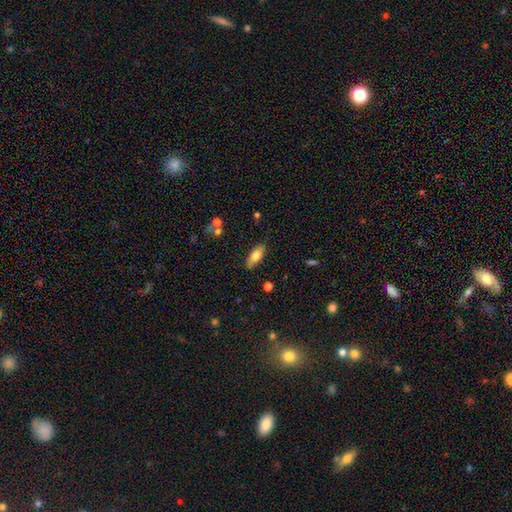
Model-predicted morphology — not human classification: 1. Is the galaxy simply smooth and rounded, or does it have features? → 72% smooth, 21% featured or disk, 7% star or artifact.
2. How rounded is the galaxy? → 74% in between, 24% cigar-shaped, 2% round.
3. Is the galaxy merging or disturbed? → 84% none, 12% minor disturbance, 2% major disturbance, 2% merger.